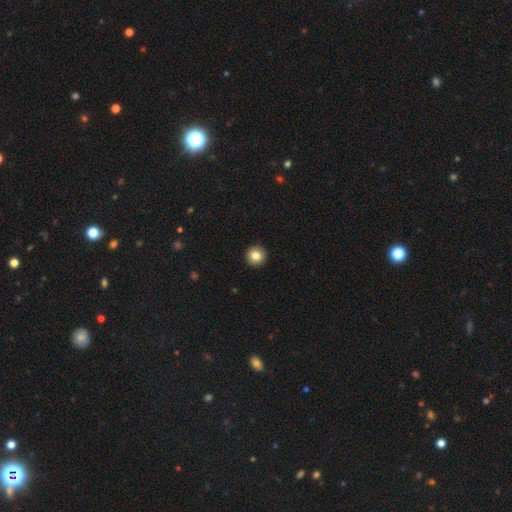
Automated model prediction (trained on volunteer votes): Smooth or featured? Predicted: smooth (p=0.83). How rounded? Predicted: round (p=0.95). Merging? Predicted: none (p=0.94).